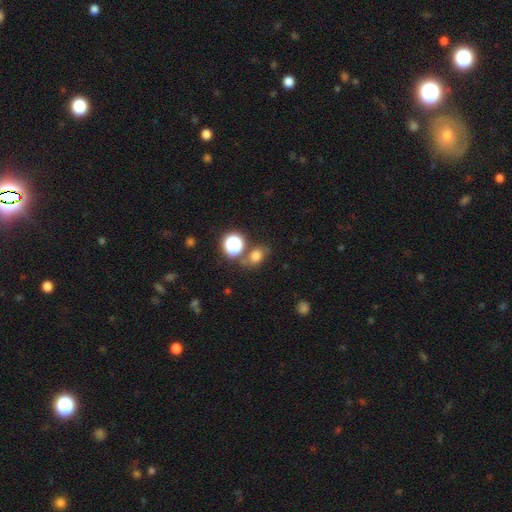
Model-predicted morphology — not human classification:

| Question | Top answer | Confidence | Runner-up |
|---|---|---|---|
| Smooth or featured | smooth | 72% | star or artifact (19%) |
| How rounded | in between | 57% | round (41%) |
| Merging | none | 66% | minor disturbance (15%) |